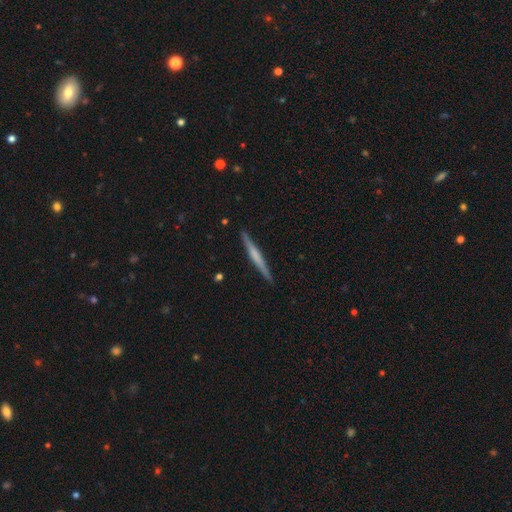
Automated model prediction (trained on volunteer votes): The model was most divided on "smooth or featured": featured or disk: 53%, smooth: 42%, star or artifact: 5%. More confident: edge-on disk — yes (98%); merging — none (91%); edge-on bulge — none (57%).